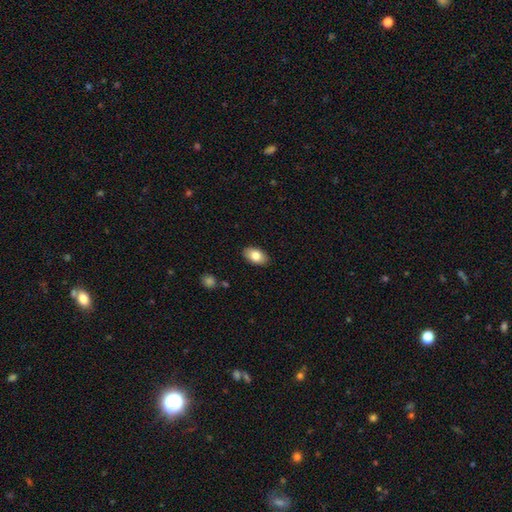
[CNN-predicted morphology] The model was most divided on "smooth or featured": smooth: 82%, featured or disk: 11%, star or artifact: 7%. More confident: how rounded — in between (93%); merging — none (88%).